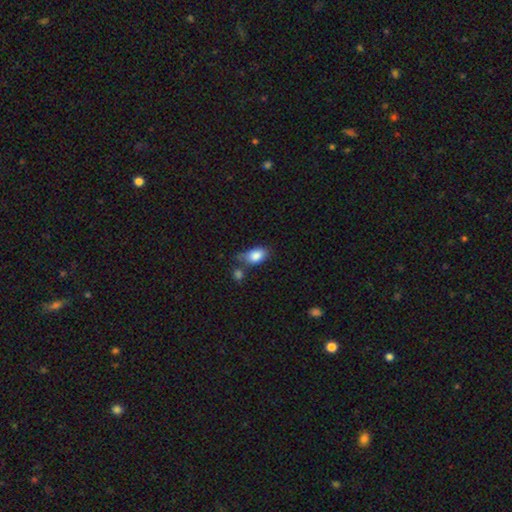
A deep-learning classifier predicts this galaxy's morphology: Smooth or featured: smooth — 85% (star or artifact — 8%)
How rounded: in between — 89% (round — 9%)
Merging: none — 49% (minor disturbance — 24%)